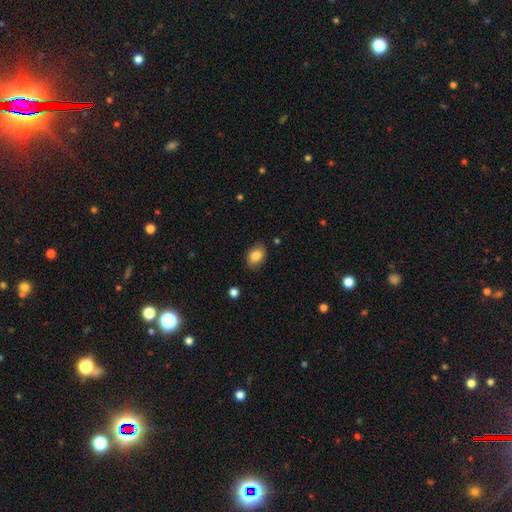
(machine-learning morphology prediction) A smooth galaxy with no disk features (86%) that is in between round and cigar-shaped (80%). Merging: none (85%).